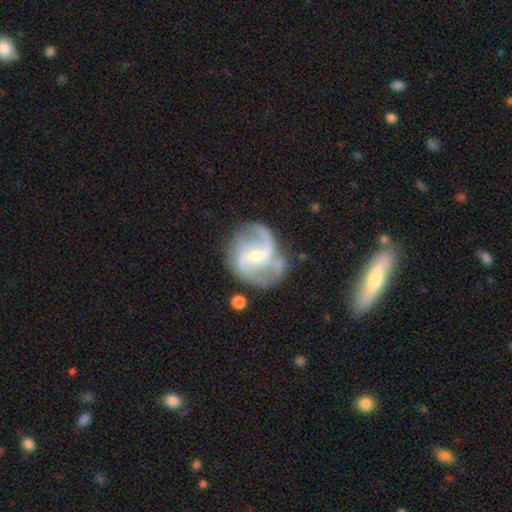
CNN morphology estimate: A featured or disk galaxy (89%) with a weak bar (43%), 2 (80%) medium (52%) spiral arms (97%) and a small central bulge (57%). Merging: none (67%).